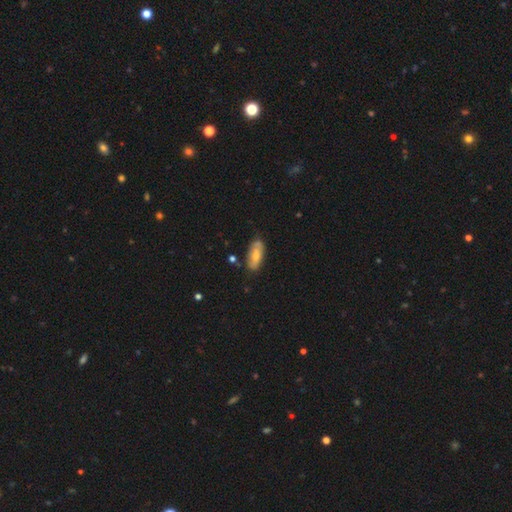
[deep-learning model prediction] Smooth or featured? Predicted: smooth (p=0.55). How rounded? Predicted: in between (p=0.83). Merging? Predicted: none (p=0.68).